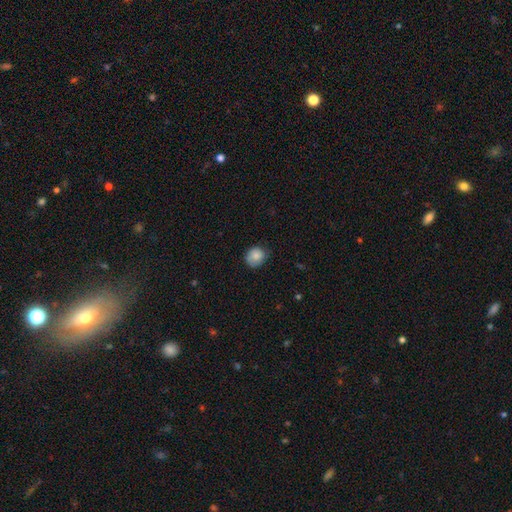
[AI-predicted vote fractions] Morphology: type=smooth (84%); roundness=round (74%); merging=none (70%).